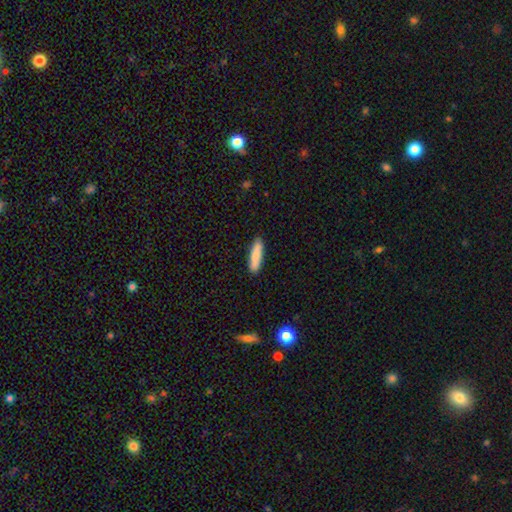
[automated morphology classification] The model was most divided on "how rounded": cigar-shaped: 73%, in between: 26%, round: 2%. More confident: merging — none (88%); smooth or featured — smooth (83%).